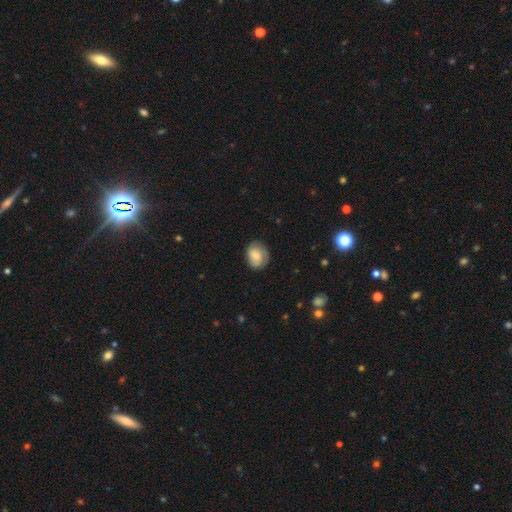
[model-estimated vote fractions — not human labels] Smooth or featured? smooth (61%)
How rounded? in between (54%)
Merging? none (70%)